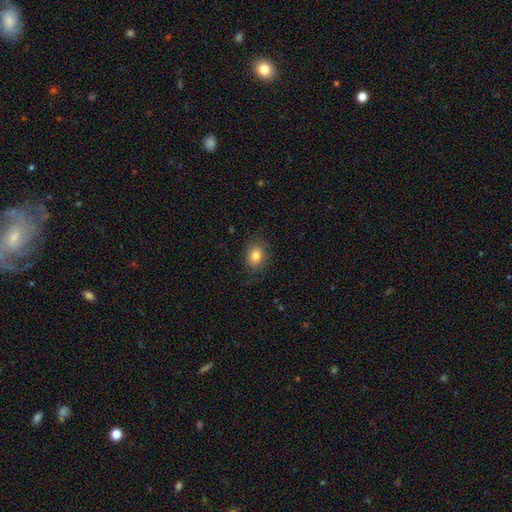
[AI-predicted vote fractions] Smooth or featured? smooth (83%)
How rounded? in between (57%)
Merging? none (83%)